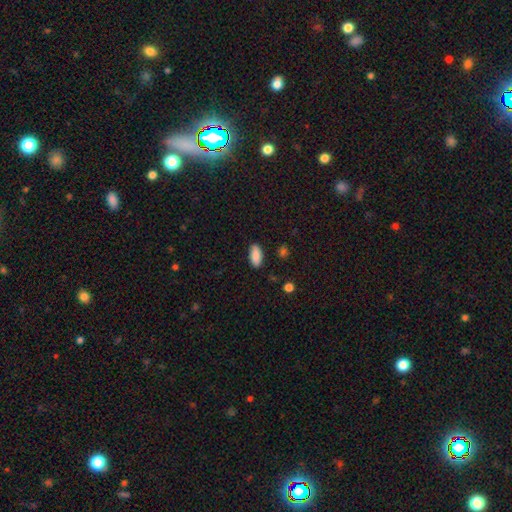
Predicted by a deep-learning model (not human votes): Smooth or featured? smooth (88%)
How rounded? in between (88%)
Merging? none (87%)